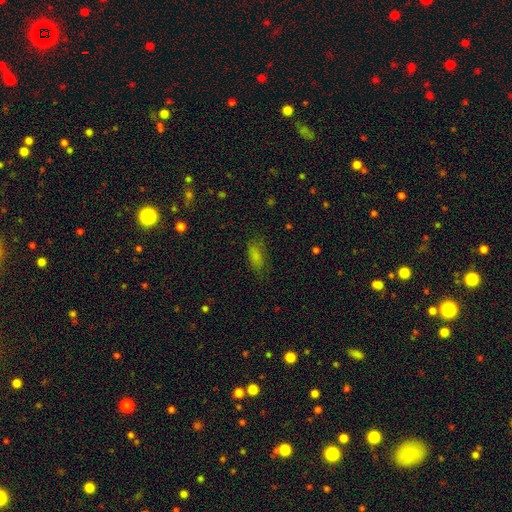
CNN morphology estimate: The model was most divided on "merging": none: 71%, minor disturbance: 20%, major disturbance: 7%, merger: 2%. More confident: how rounded — in between (84%); smooth or featured — smooth (80%).